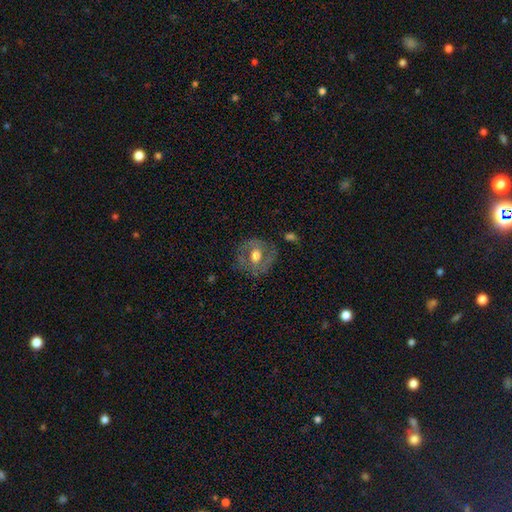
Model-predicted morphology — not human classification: Overall: featured or disk (51%; smooth 41%). Edge-on disk: no (94%). Merging: none (70%).